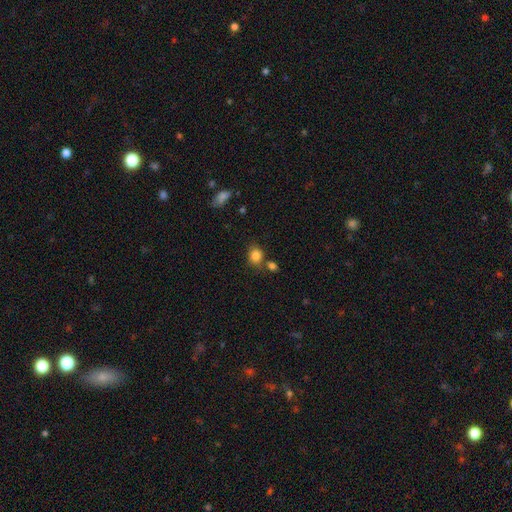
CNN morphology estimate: Smooth or featured: smooth — 84% (star or artifact — 10%)
How rounded: round — 55% (in between — 44%)
Merging: none — 66% (merger — 15%)